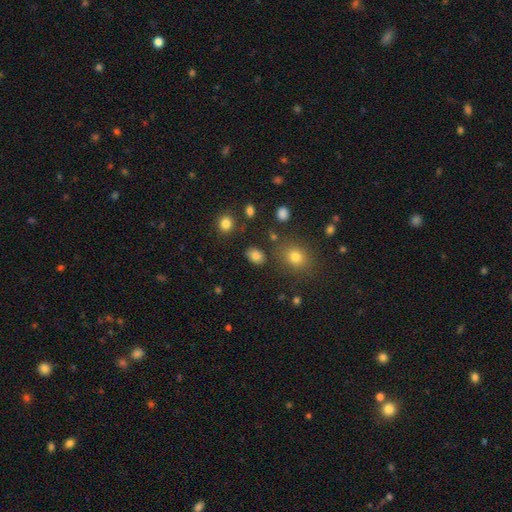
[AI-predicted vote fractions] Smooth or featured? smooth (82%)
How rounded? in between (73%)
Merging? none (82%)